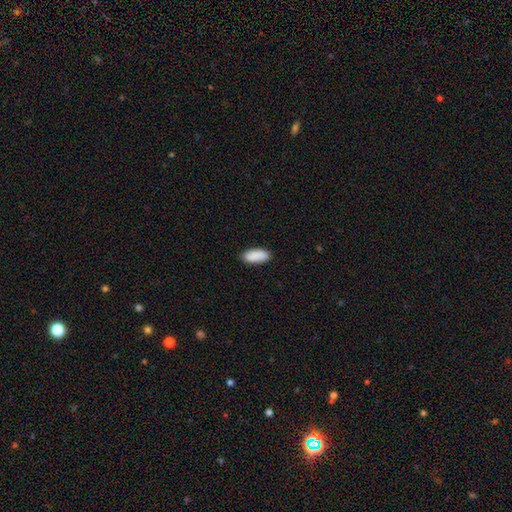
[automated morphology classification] smooth-or-featured: smooth: 90% | star or artifact: 6% | featured or disk: 4%
  how-rounded: in between: 85% | cigar-shaped: 14% | round: 2%
  merging: none: 87% | minor disturbance: 10% | major disturbance: 2% | merger: 1%